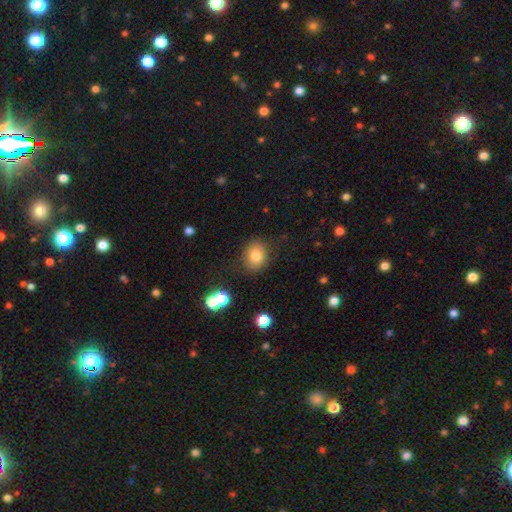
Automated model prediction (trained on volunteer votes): A smooth galaxy with no disk features (79%) that is round (63%). Merging: none (81%).